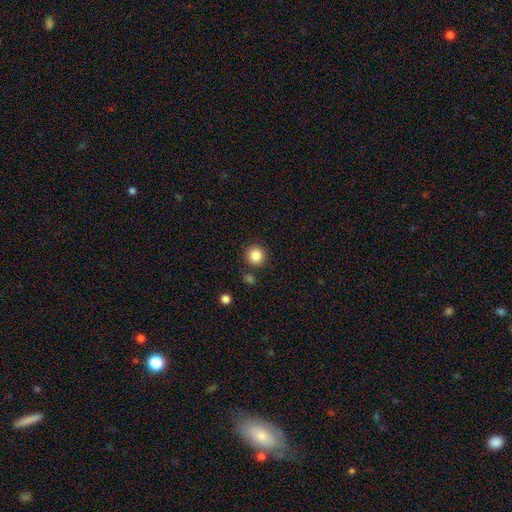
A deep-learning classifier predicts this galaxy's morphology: Overall: smooth (85%). How rounded: round (93%). Merging: none (86%).